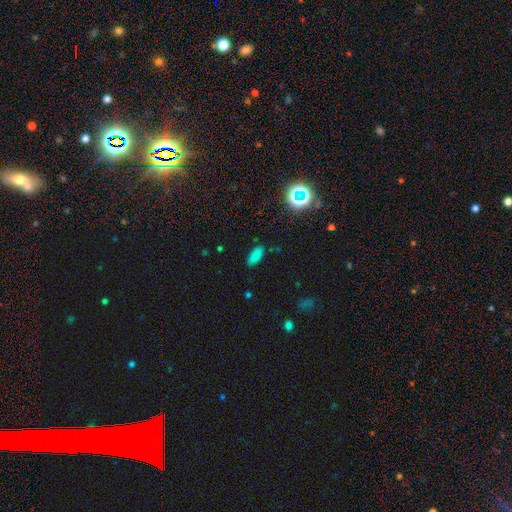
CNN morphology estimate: Smooth or featured: smooth — 78% (star or artifact — 16%)
How rounded: in between — 83% (cigar-shaped — 14%)
Merging: none — 85% (minor disturbance — 11%)